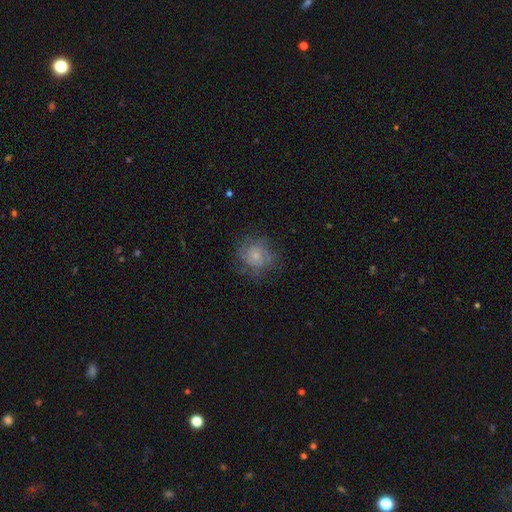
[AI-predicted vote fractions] A featured or disk galaxy (52%) with no bar (82%), spiral arms (76%) and a small central bulge (69%). Merging: none (64%).